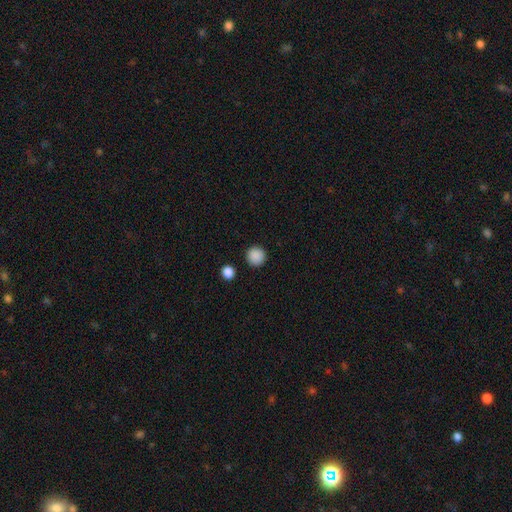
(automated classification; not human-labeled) smooth-or-featured: smooth: 88% | star or artifact: 9% | featured or disk: 2%
  how-rounded: round: 95% | in between: 4% | cigar-shaped: 1%
  merging: none: 91% | minor disturbance: 5% | merger: 2% | major disturbance: 2%